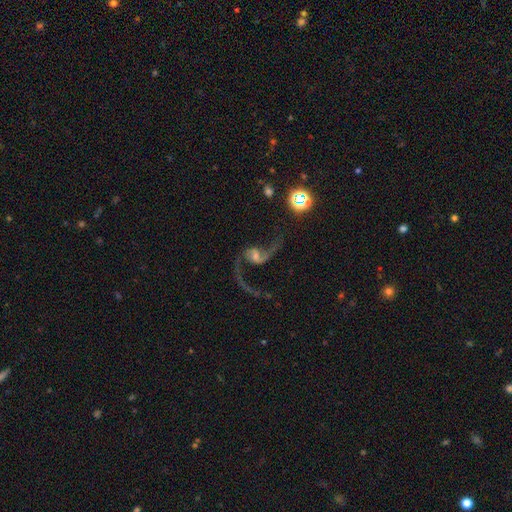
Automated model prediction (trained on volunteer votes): Smooth or featured? Predicted: featured or disk (p=0.88). Edge-on disk? Predicted: no (p=0.97). Bar? Predicted: weak (p=0.44). Spiral arms? Predicted: yes (p=0.97). Spiral winding? Predicted: loose (p=0.86). Spiral arm count? Predicted: 2 (p=0.91). Bulge size? Predicted: small (p=0.43). Merging? Predicted: none (p=0.61).